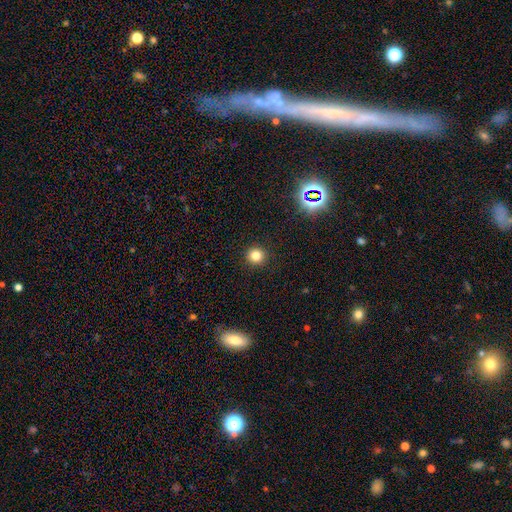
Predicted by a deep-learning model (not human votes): The model was most divided on "smooth or featured": smooth: 80%, star or artifact: 14%, featured or disk: 5%. More confident: how rounded — round (94%); merging — none (92%).